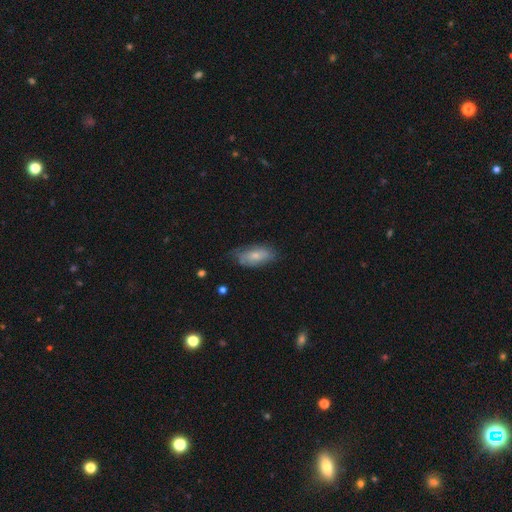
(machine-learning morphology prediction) Smooth or featured: smooth — 64% (featured or disk — 29%)
How rounded: in between — 88% (cigar-shaped — 9%)
Merging: none — 58% (minor disturbance — 31%)